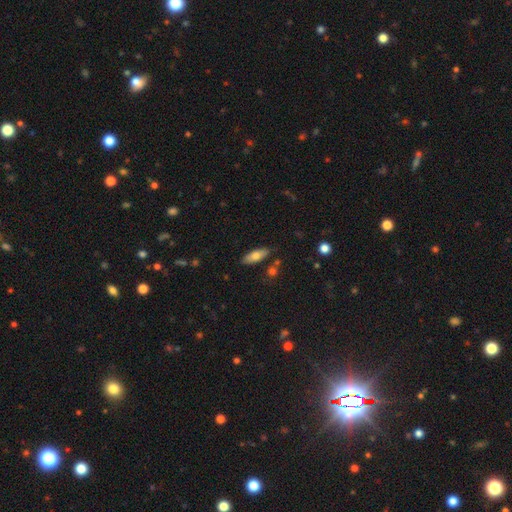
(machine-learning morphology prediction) Q: Smooth or featured?
A: smooth (69%); runner-up: featured or disk (24%)
Q: How rounded?
A: in between (67%); runner-up: cigar-shaped (31%)
Q: Merging?
A: none (82%); runner-up: minor disturbance (12%)